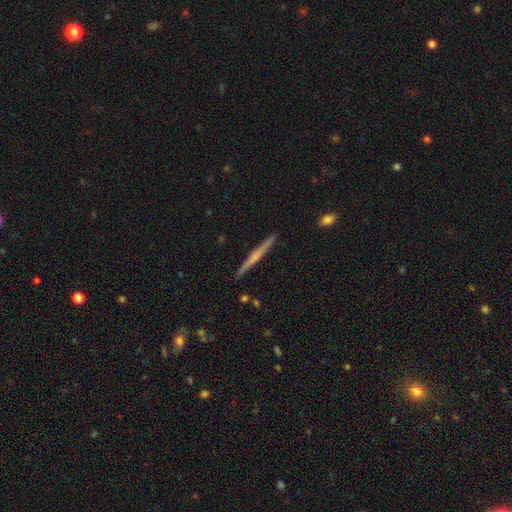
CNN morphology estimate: Smooth or featured? Predicted: featured or disk (p=0.56). Edge-on disk? Predicted: yes (p=0.98). Edge-on bulge? Predicted: none (p=0.61). Merging? Predicted: none (p=0.92).